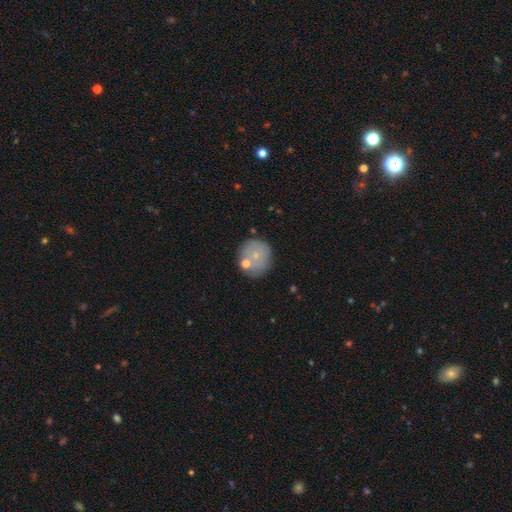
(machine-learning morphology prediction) Smooth or featured: smooth — 64% (featured or disk — 27%)
How rounded: round — 92% (in between — 7%)
Merging: none — 68% (minor disturbance — 15%)